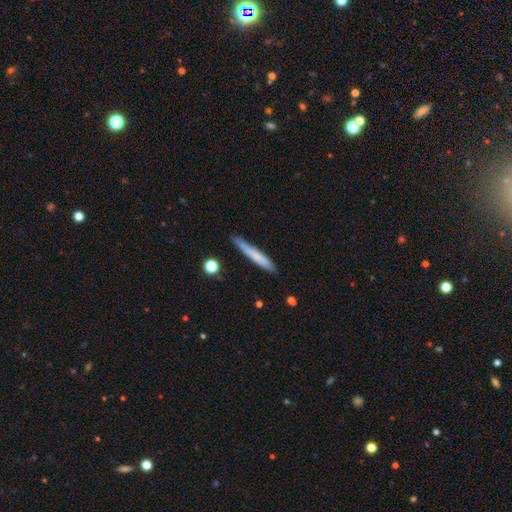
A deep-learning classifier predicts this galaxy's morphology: The model was most divided on "smooth or featured": smooth: 69%, featured or disk: 25%, star or artifact: 7%. More confident: how rounded — cigar-shaped (95%); merging — none (78%).